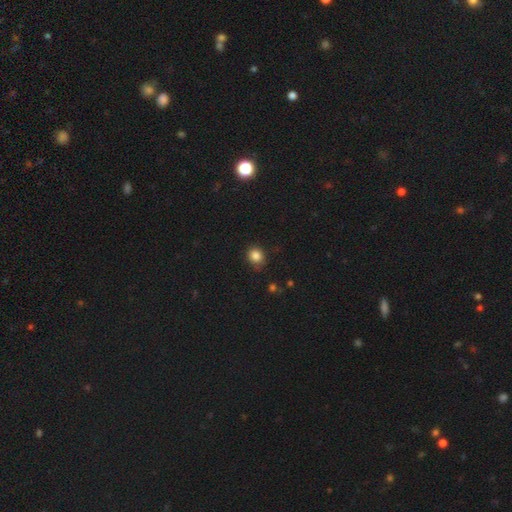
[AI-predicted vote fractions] Overall: smooth (83%). How rounded: round (81%). Merging: none (80%).